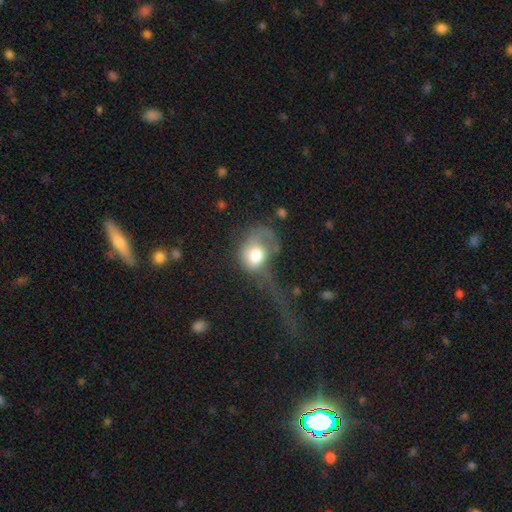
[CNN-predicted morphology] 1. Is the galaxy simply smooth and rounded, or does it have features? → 60% smooth, 31% featured or disk, 9% star or artifact.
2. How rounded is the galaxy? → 50% in between, 49% round, 1% cigar-shaped.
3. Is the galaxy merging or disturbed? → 62% major disturbance, 18% minor disturbance, 16% none, 5% merger.